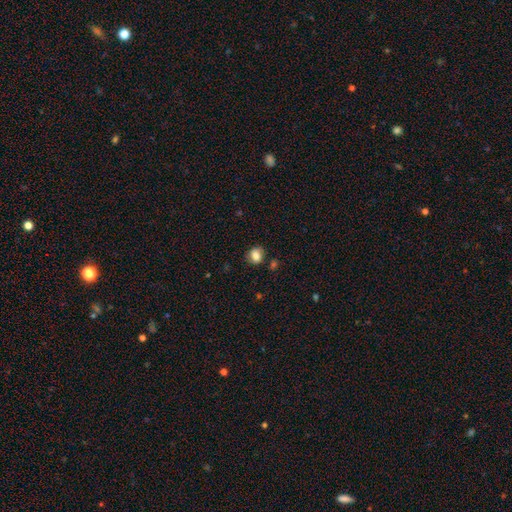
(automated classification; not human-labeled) Overall: smooth (82%). How rounded: round (66%; in between 33%). Merging: none (79%).